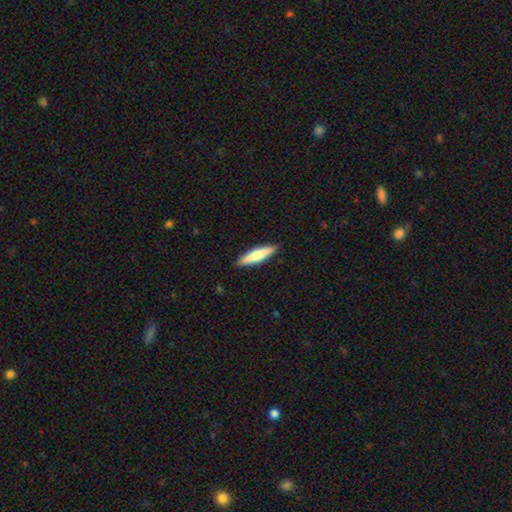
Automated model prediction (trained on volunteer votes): Smooth or featured: smooth — 61% (featured or disk — 33%)
How rounded: cigar-shaped — 81% (in between — 17%)
Merging: none — 91% (minor disturbance — 7%)